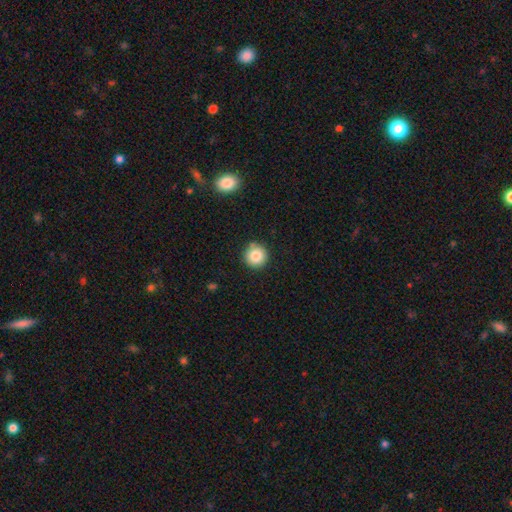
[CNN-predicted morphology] smooth-or-featured: smooth: 84% | star or artifact: 9% | featured or disk: 7%
  how-rounded: round: 95% | in between: 4% | cigar-shaped: 1%
  merging: none: 86% | minor disturbance: 9% | merger: 3% | major disturbance: 2%